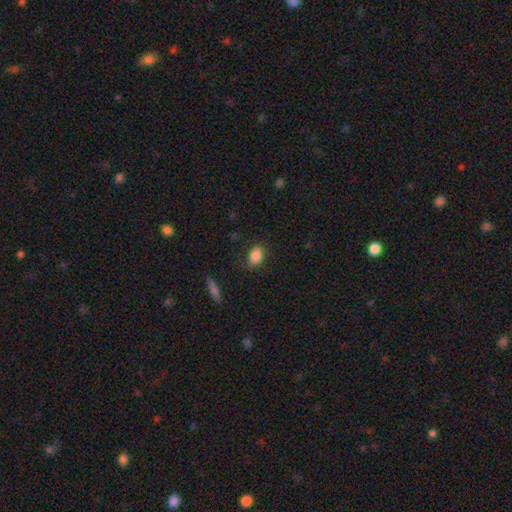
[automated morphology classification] type=smooth (85%); roundness=in between (83%); merging=none (75%).